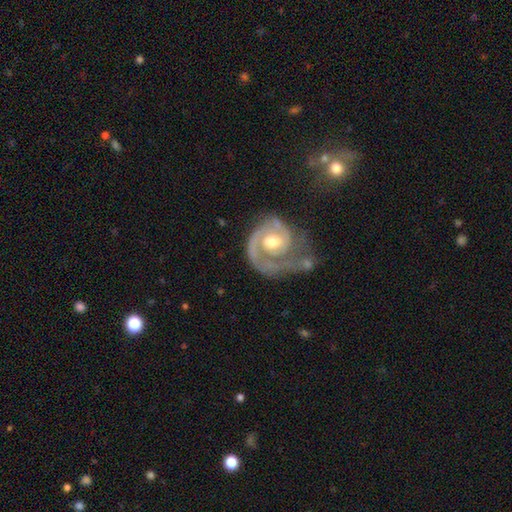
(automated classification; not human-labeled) Morphology: type=featured or disk (84%); edge-on=no (98%); bar=no (63%); spiral arms=yes (91%); winding=tight (48%); arm count=1 (48%); bulge=moderate (64%); merging=none (46%).